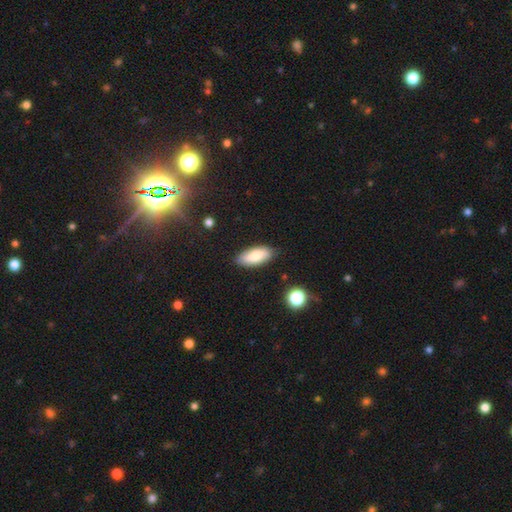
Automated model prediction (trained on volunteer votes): Smooth or featured: smooth — 76% (featured or disk — 18%)
How rounded: in between — 85% (cigar-shaped — 13%)
Merging: none — 85% (minor disturbance — 12%)